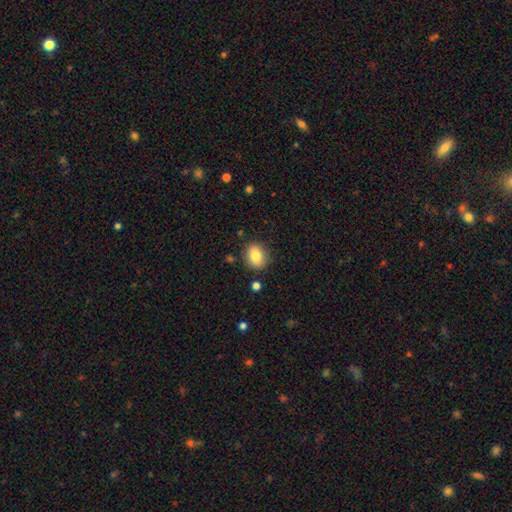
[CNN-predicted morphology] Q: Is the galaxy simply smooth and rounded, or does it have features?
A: smooth — 83%.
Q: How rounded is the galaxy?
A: in between — 53%.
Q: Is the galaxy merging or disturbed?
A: none — 85%.